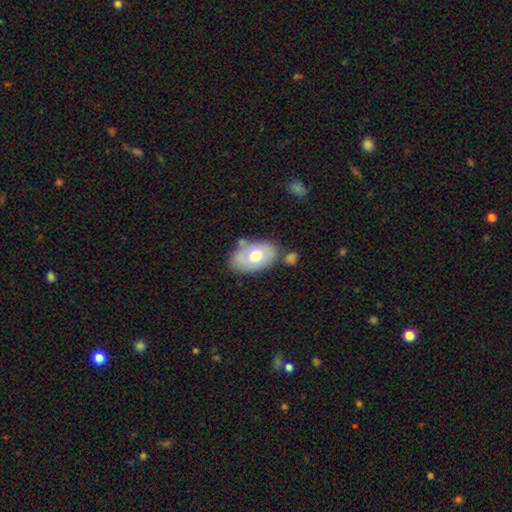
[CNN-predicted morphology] Overall: smooth (62%; featured or disk 32%). How rounded: in between (90%). Merging: none (63%).